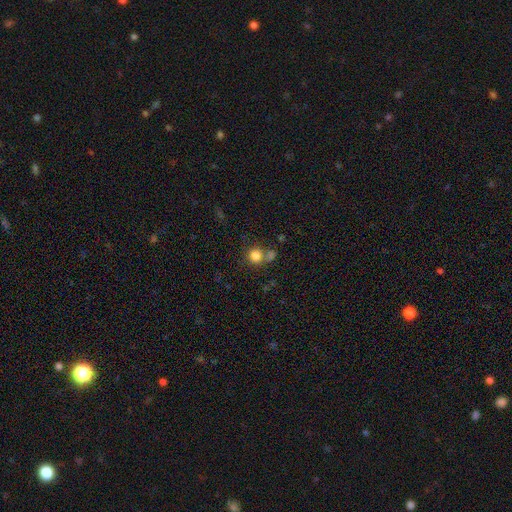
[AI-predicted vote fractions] The model was most divided on "merging": none: 60%, merger: 25%, minor disturbance: 10%, major disturbance: 5%. More confident: how rounded — round (90%); smooth or featured — smooth (82%).